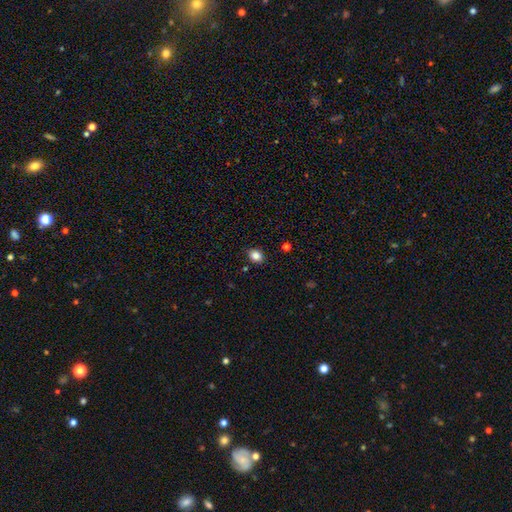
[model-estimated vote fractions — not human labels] Smooth or featured: smooth — 84% (star or artifact — 10%)
How rounded: in between — 57% (round — 42%)
Merging: none — 86% (minor disturbance — 11%)